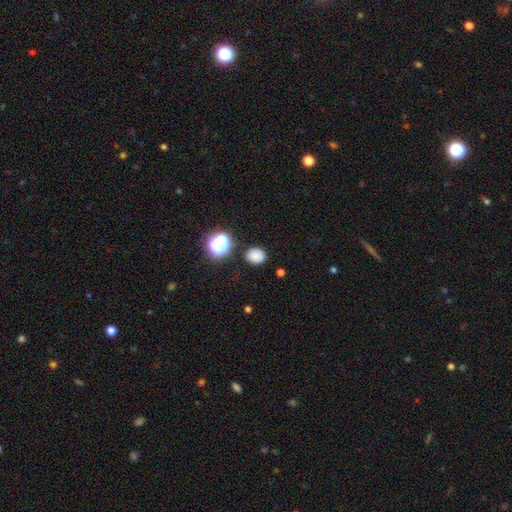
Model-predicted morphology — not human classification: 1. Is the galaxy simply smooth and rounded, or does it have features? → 80% smooth, 15% star or artifact, 5% featured or disk.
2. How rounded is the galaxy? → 59% round, 40% in between, 1% cigar-shaped.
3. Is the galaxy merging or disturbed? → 83% none, 10% minor disturbance, 3% merger, 3% major disturbance.